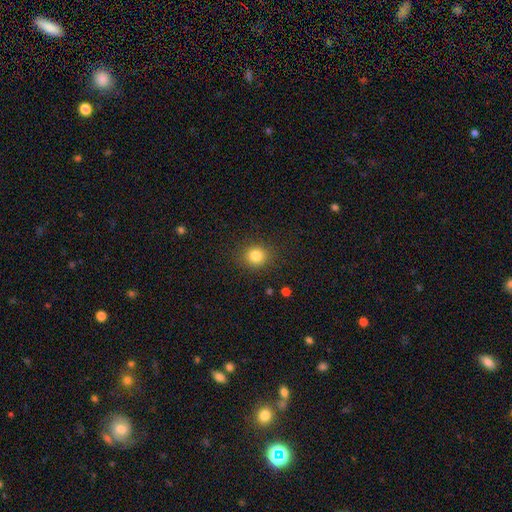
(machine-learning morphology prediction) Smooth or featured?
  - smooth: 83% *
  - star or artifact: 12%
  - featured or disk: 6%
How rounded?
  - round: 82% *
  - in between: 17%
  - cigar-shaped: 1%
Merging?
  - none: 87% *
  - minor disturbance: 8%
  - major disturbance: 3%
  - merger: 1%